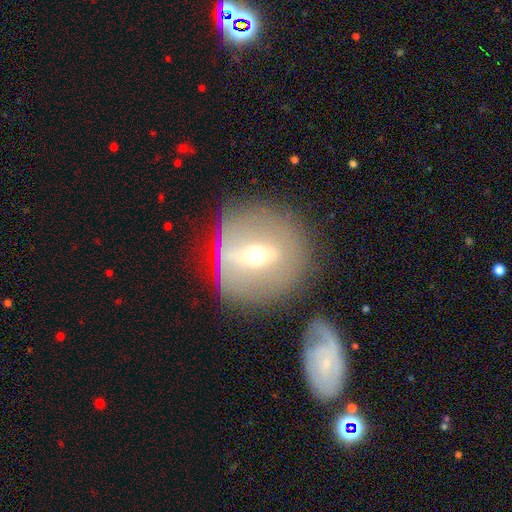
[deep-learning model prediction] Smooth or featured? Predicted: featured or disk (p=0.61). Edge-on disk? Predicted: no (p=0.87). Bar? Predicted: strong (p=0.40). Spiral arms? Predicted: no (p=0.63). Bulge size? Predicted: moderate (p=0.67). Merging? Predicted: none (p=0.59).